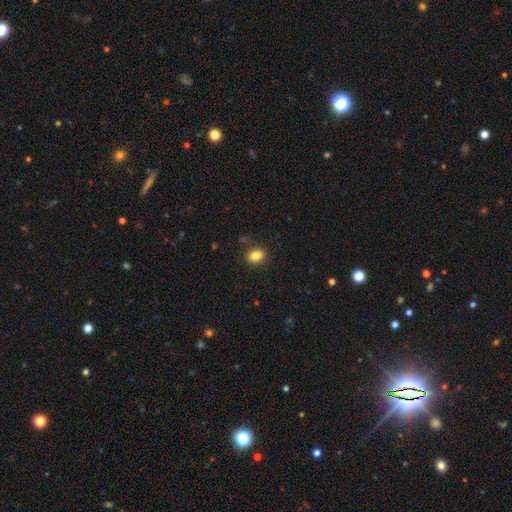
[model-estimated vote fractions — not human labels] Smooth or featured: smooth — 83% (star or artifact — 10%)
How rounded: in between — 62% (round — 37%)
Merging: none — 86% (minor disturbance — 9%)